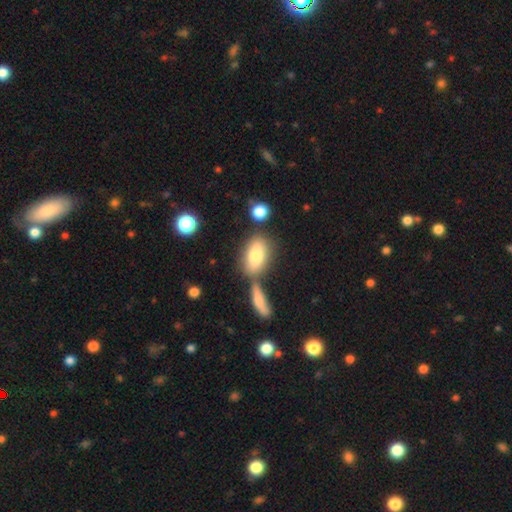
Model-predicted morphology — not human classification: smooth 77%, featured or disk 15%, star or artifact 8%. Down the decision tree: how rounded — in between (86%); merging — none (57%).